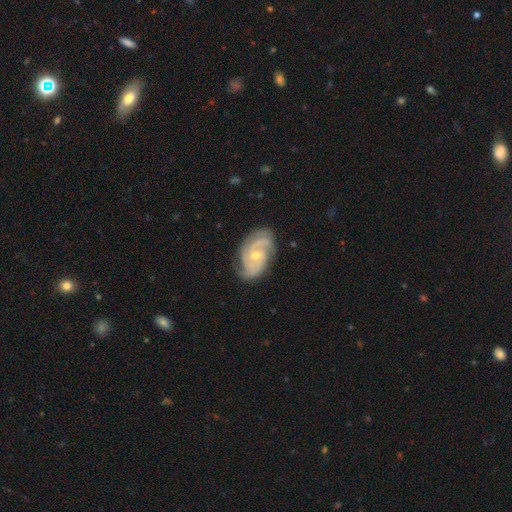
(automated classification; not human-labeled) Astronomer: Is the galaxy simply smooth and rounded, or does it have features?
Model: featured or disk — 90%.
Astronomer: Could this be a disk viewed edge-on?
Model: no — 97%.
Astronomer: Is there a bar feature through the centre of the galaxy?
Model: no — 64%.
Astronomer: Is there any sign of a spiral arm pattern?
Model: yes — 98%.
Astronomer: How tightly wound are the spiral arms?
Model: tight — 56% (runner-up: medium, 38%).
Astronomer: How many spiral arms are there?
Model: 3 — 49% (runner-up: 2, 27%).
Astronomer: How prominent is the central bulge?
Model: small — 59% (runner-up: moderate, 38%).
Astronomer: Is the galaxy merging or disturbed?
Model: none — 77%.